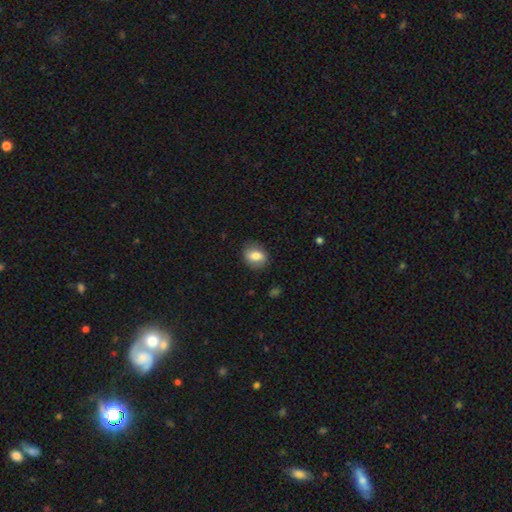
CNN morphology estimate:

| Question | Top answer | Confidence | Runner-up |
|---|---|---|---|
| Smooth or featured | smooth | 79% | featured or disk (13%) |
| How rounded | in between | 65% | round (33%) |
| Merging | none | 82% | minor disturbance (13%) |